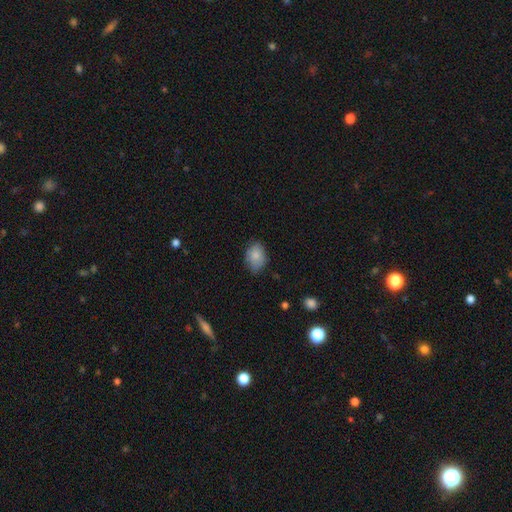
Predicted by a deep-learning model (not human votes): A smooth galaxy with no disk features (84%) that is in between round and cigar-shaped (75%).

Vote fractions:
- Smooth or featured? smooth: 84% / featured or disk: 8% / star or artifact: 7%
- How rounded? in between: 75% / round: 24% / cigar-shaped: 1%
- Merging? none: 69% / minor disturbance: 25% / major disturbance: 5% / merger: 1%